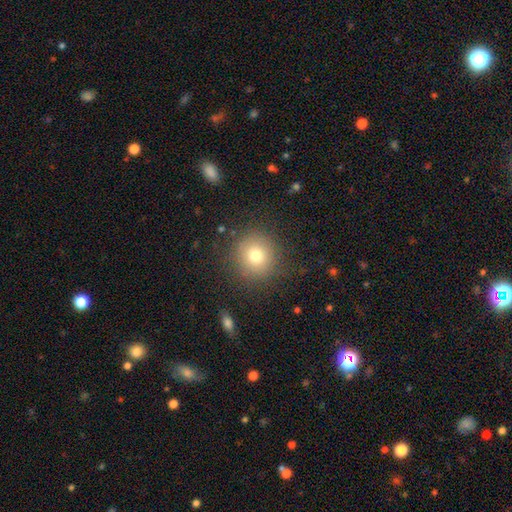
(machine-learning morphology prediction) Smooth or featured: smooth — 74% (star or artifact — 14%)
How rounded: round — 92% (in between — 7%)
Merging: none — 85% (minor disturbance — 9%)